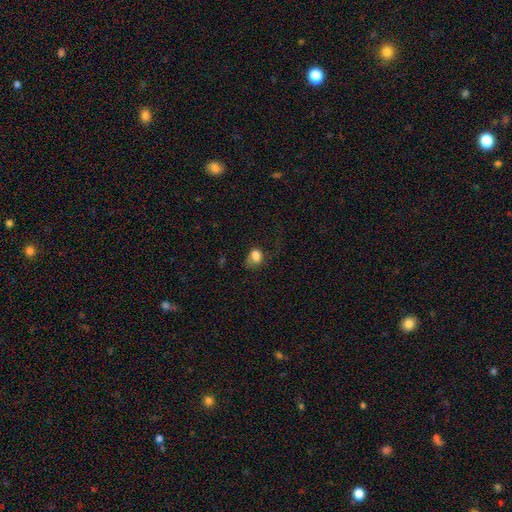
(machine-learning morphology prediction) This is likely a smooth galaxy (79%). How rounded: possibly in between (59%). Merging: marginally none (40%).